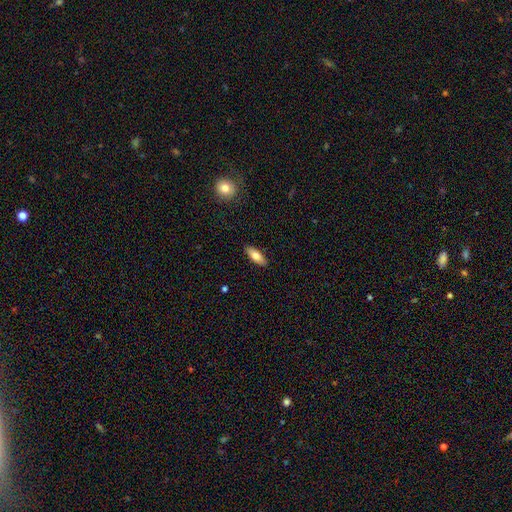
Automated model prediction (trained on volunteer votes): smooth_or_featured: smooth (p=0.73) [alt: featured or disk p=0.20]
how_rounded: in between (p=0.68) [alt: cigar-shaped p=0.30]
merging: none (p=0.89) [alt: minor disturbance p=0.08]